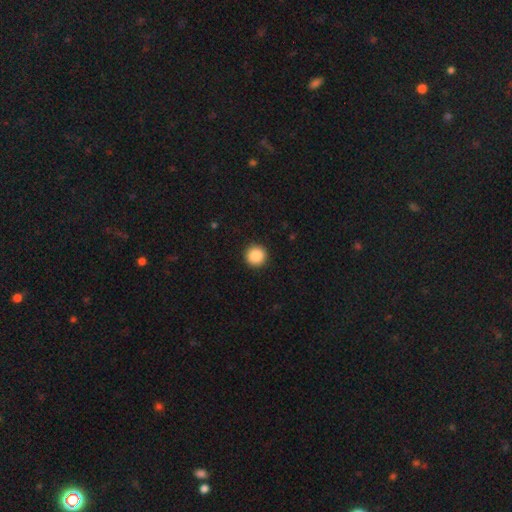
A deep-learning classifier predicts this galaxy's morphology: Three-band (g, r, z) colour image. It shows a smooth galaxy with no disk features (88%) that is round (96%). Merging: none (93%).